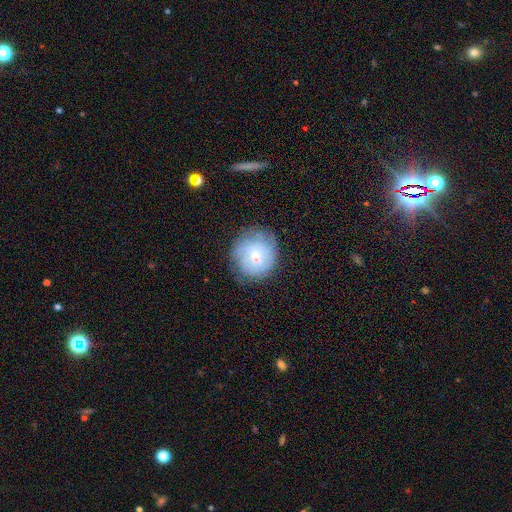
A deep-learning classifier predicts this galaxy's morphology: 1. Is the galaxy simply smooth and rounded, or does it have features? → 61% smooth, 31% featured or disk, 8% star or artifact.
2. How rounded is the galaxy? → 87% round, 12% in between, 1% cigar-shaped.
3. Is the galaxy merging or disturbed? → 73% none, 20% minor disturbance, 6% major disturbance, 1% merger.